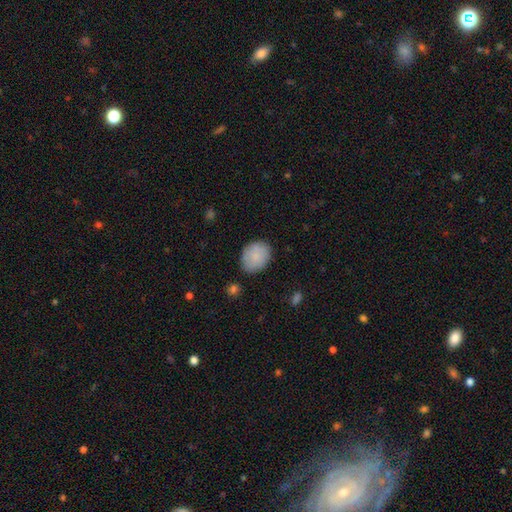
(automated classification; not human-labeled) smooth 84%, featured or disk 9%, star or artifact 7%. Down the decision tree: how rounded — in between (55%); merging — none (82%).